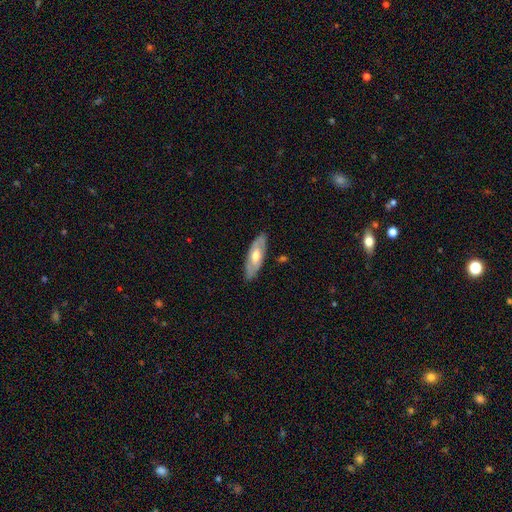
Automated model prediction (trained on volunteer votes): Overall: featured or disk (56%; smooth 38%). Edge-on disk: no (71%). Merging: none (84%).